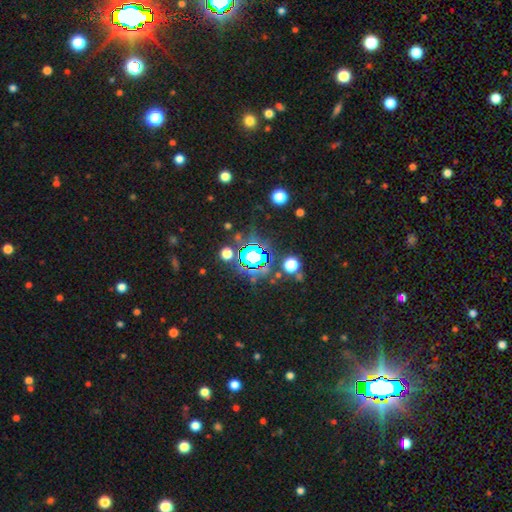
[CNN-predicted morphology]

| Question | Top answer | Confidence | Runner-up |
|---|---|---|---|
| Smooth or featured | star or artifact | 67% | smooth (21%) |